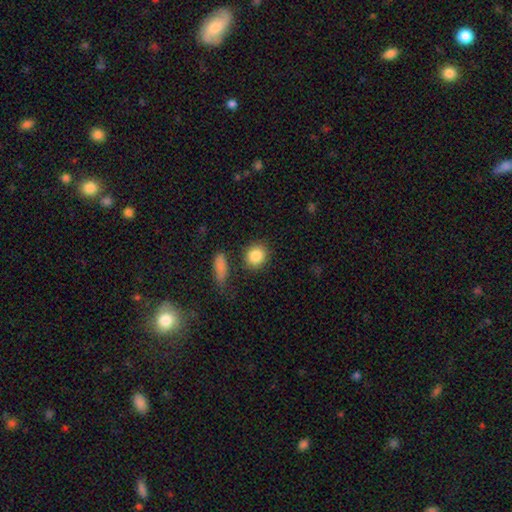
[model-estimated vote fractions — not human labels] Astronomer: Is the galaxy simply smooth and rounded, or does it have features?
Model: smooth — 87%.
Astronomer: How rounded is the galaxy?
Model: round — 75%.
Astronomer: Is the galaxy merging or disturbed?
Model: none — 81%.